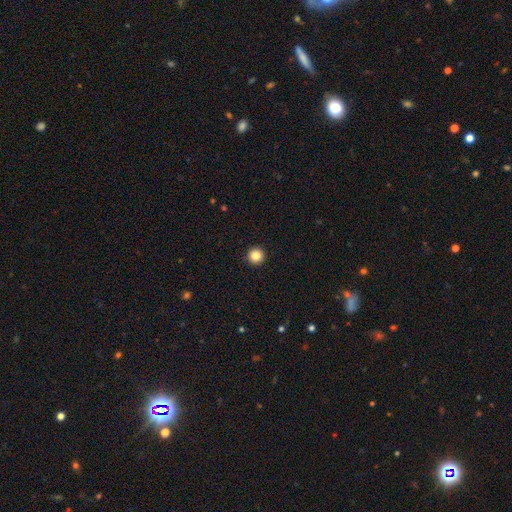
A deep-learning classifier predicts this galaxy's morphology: smooth 85%, star or artifact 11%, featured or disk 5%. Down the decision tree: how rounded — round (96%); merging — none (94%).